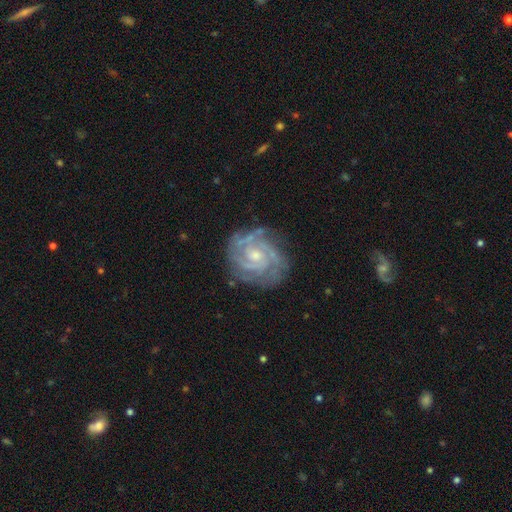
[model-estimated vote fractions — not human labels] The model was most divided on "bulge size": small: 49%, moderate: 46%, none: 2%, large: 2%, dominant: 1%. Remaining: edge-on disk — no (98%); spiral arms — yes (97%); smooth or featured — featured or disk (90%); merging — none (75%); spiral winding — tight (72%); bar — no (64%); spiral arm count — 2 (32%).